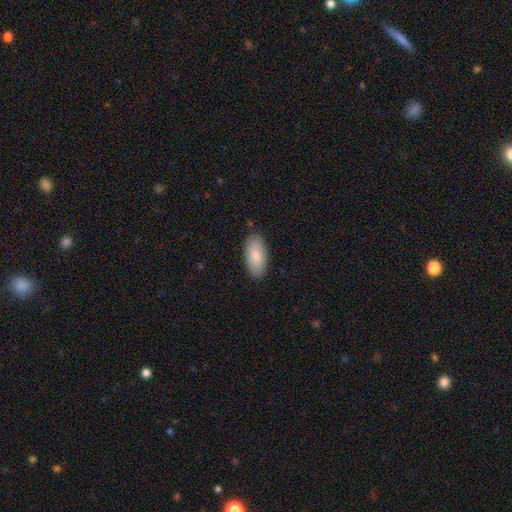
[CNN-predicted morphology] Smooth or featured? smooth (86%)
How rounded? in between (93%)
Merging? none (87%)